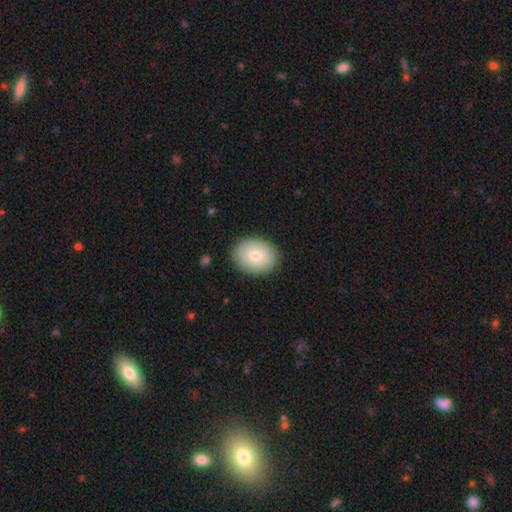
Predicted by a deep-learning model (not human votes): Smooth or featured?
  - smooth: 75% *
  - featured or disk: 18%
  - star or artifact: 6%
How rounded?
  - in between: 63% *
  - round: 36%
  - cigar-shaped: 1%
Merging?
  - none: 87% *
  - minor disturbance: 9%
  - major disturbance: 2%
  - merger: 1%